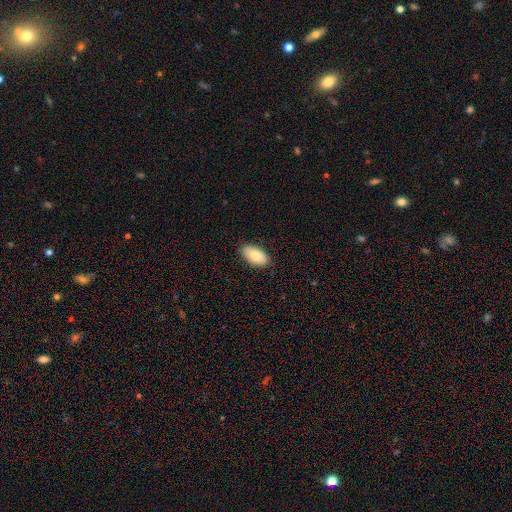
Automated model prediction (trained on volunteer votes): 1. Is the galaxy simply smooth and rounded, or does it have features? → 82% smooth, 12% featured or disk, 7% star or artifact.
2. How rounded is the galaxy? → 94% in between, 3% round, 3% cigar-shaped.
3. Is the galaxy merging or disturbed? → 85% none, 12% minor disturbance, 2% major disturbance, 1% merger.